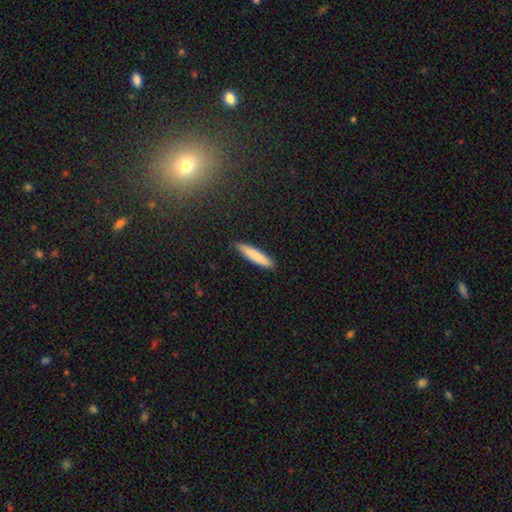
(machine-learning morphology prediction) A smooth galaxy with no disk features (83%) that is cigar-shaped (88%).

Vote fractions:
- Smooth or featured? smooth: 83% / featured or disk: 11% / star or artifact: 6%
- How rounded? cigar-shaped: 88% / in between: 11% / round: 1%
- Merging? none: 90% / minor disturbance: 8% / major disturbance: 2% / merger: 1%